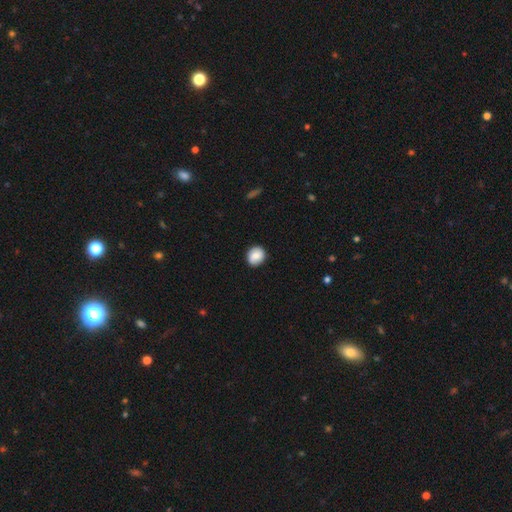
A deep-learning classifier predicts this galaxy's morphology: Smooth or featured: smooth — 78% (featured or disk — 14%)
How rounded: round — 76% (in between — 23%)
Merging: none — 86% (minor disturbance — 11%)